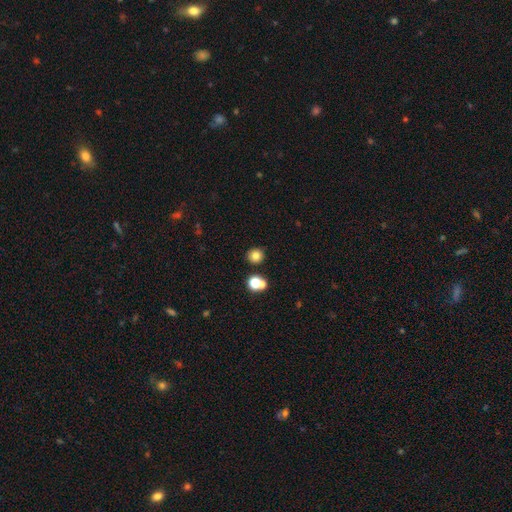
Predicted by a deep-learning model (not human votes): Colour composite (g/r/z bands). It shows a smooth galaxy with no disk features (79%) that is round (89%). Merging: none (82%).